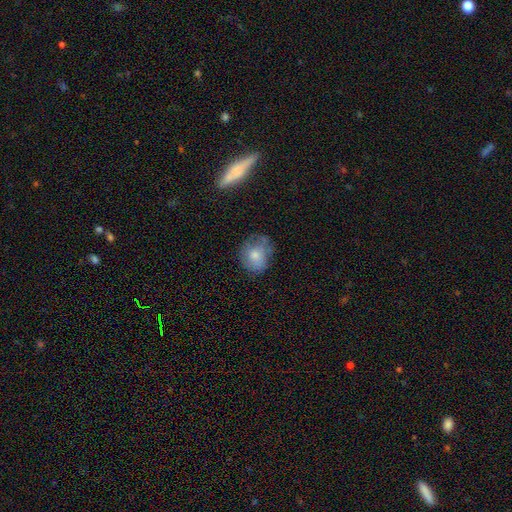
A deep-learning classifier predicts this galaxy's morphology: smooth 71%, featured or disk 20%, star or artifact 9%. Down the decision tree: how rounded — round (61%); merging — none (54%).